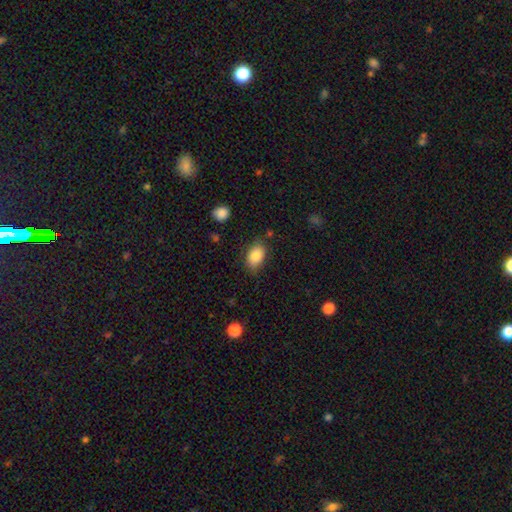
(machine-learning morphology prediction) Smooth or featured? Predicted: smooth (p=0.86). How rounded? Predicted: in between (p=0.87). Merging? Predicted: none (p=0.76).